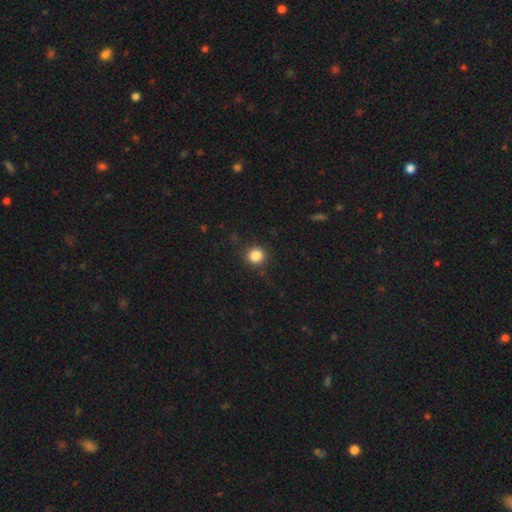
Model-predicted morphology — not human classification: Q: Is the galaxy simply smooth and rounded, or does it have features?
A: smooth — 85%.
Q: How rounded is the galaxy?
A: round — 92%.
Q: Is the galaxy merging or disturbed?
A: none — 88%.